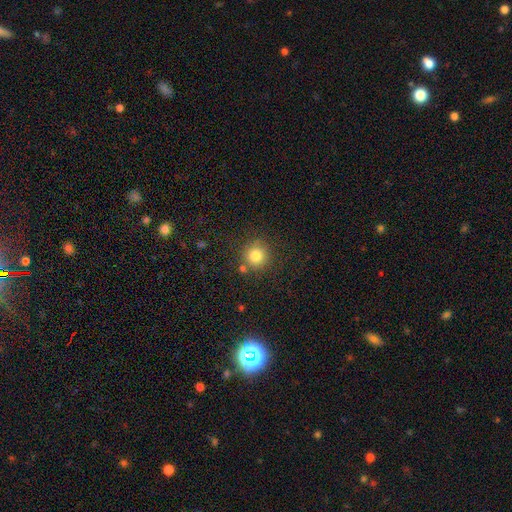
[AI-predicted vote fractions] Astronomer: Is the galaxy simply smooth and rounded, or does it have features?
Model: smooth — 82%.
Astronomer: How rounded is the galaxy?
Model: round — 94%.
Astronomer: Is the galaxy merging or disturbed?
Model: none — 82%.